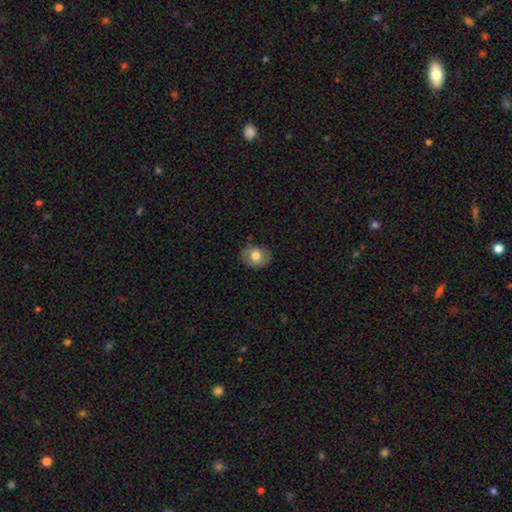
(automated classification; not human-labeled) Smooth or featured?
  - smooth: 62% *
  - featured or disk: 30%
  - star or artifact: 8%
How rounded?
  - round: 58% *
  - in between: 41%
  - cigar-shaped: 1%
Merging?
  - none: 76% *
  - minor disturbance: 18%
  - major disturbance: 5%
  - merger: 1%